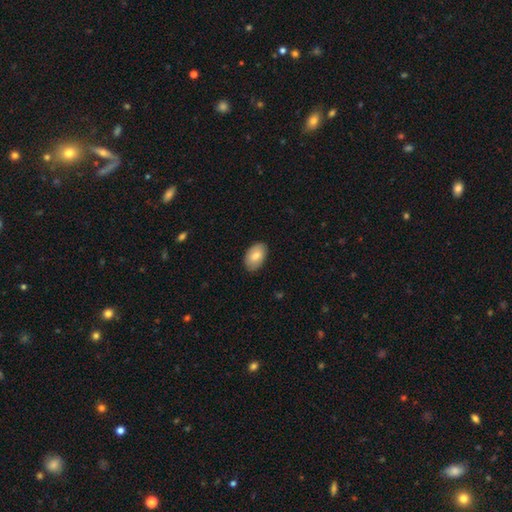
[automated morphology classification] This appears to be a smooth galaxy with no disk features (82%) that is in between round and cigar-shaped (92%). Merging: none (86%).